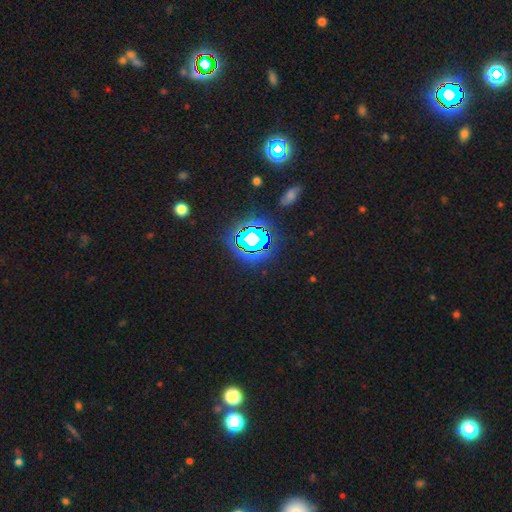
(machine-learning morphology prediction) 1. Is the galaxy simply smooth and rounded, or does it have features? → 80% star or artifact, 12% smooth, 8% featured or disk.